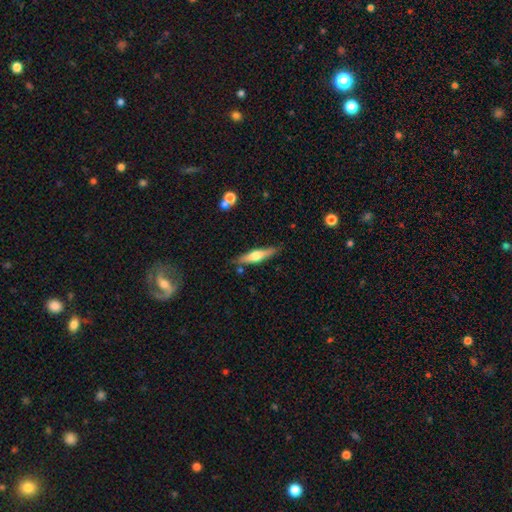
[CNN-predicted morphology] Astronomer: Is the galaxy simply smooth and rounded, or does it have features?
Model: featured or disk — 52% (runner-up: smooth, 42%).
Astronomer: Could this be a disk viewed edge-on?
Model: yes — 94%.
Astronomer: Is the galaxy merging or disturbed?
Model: none — 84%.